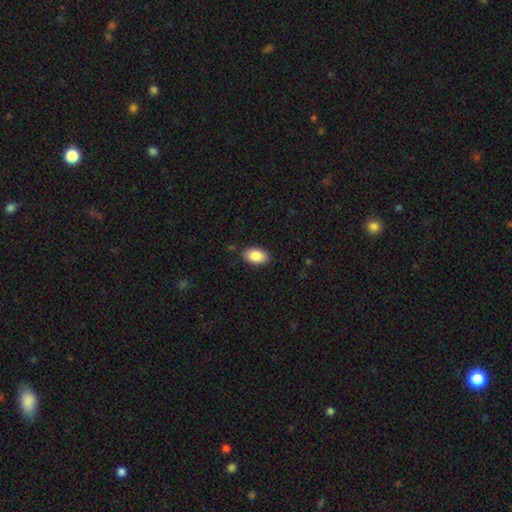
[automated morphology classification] type=smooth (88%); roundness=in between (93%); merging=none (86%).